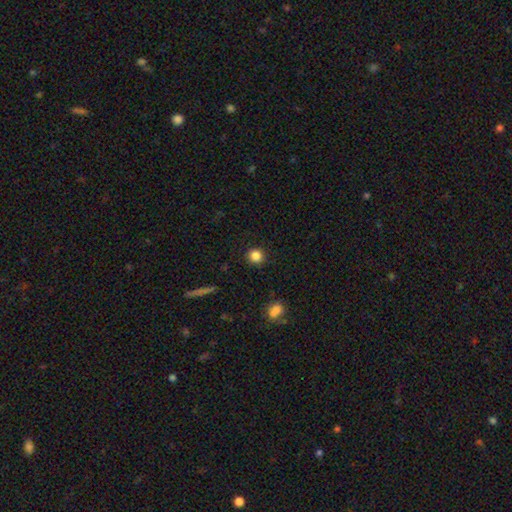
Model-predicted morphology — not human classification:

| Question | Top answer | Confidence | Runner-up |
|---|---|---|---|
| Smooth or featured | smooth | 85% | star or artifact (11%) |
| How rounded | round | 92% | in between (7%) |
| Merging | none | 91% | minor disturbance (6%) |